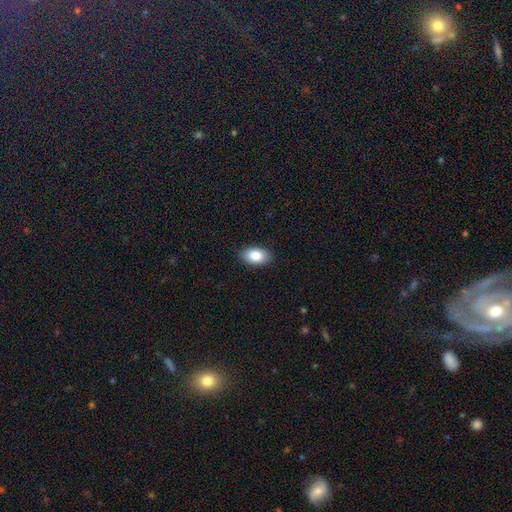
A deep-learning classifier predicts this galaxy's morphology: Smooth or featured? smooth (86%)
How rounded? in between (92%)
Merging? none (88%)